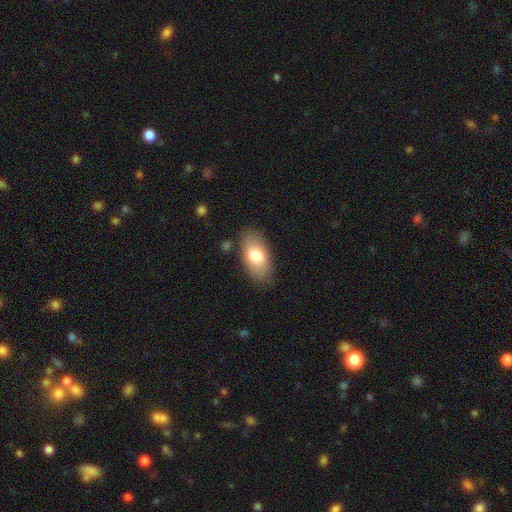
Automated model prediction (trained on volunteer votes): Smooth or featured? smooth (76%)
How rounded? in between (92%)
Merging? none (82%)